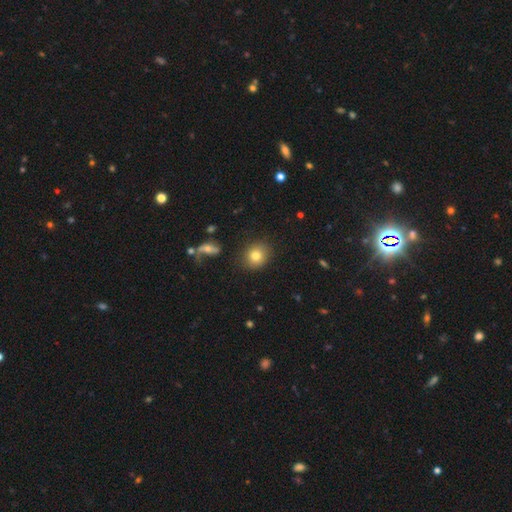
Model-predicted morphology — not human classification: smooth 80%, star or artifact 11%, featured or disk 10%. Down the decision tree: how rounded — round (76%); merging — none (85%).